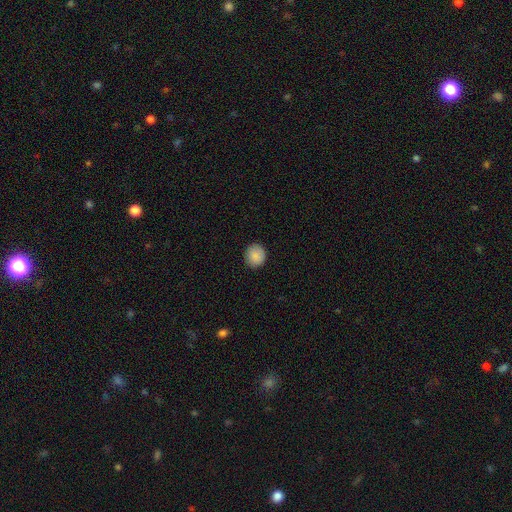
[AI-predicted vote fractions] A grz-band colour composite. It shows a smooth galaxy with no disk features (88%) that is round (88%). Merging: none (90%).